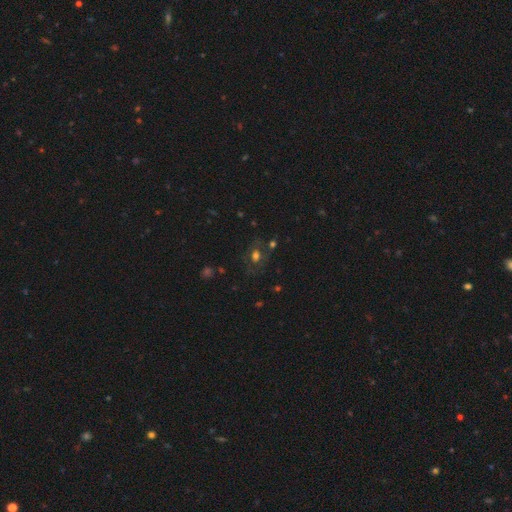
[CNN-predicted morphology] The model was most divided on "how rounded": in between: 60%, round: 38%, cigar-shaped: 2%. More confident: merging — none (66%); smooth or featured — smooth (51%).